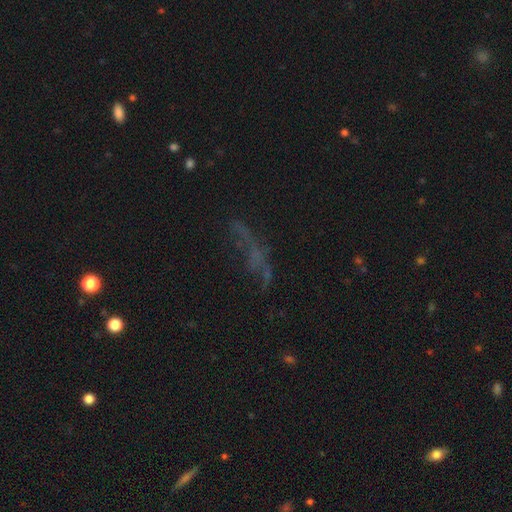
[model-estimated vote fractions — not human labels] Smooth or featured? Predicted: featured or disk (p=0.36). Merging? Predicted: none (p=0.48).